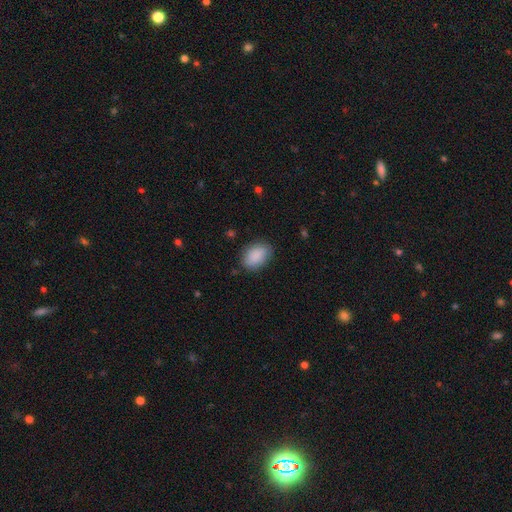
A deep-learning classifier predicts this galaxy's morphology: smooth 88%, star or artifact 7%, featured or disk 5%. Down the decision tree: how rounded — in between (85%); merging — none (81%).